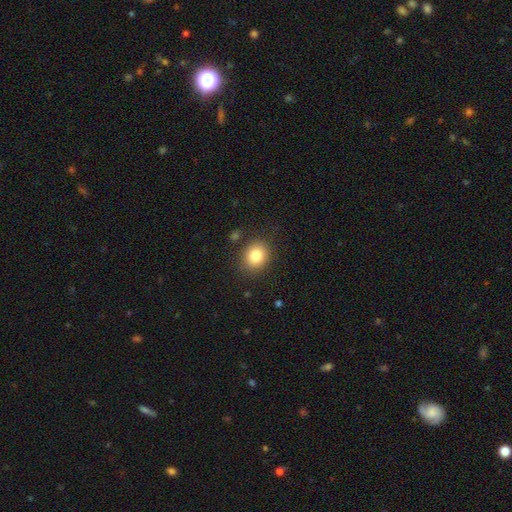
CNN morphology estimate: Overall: smooth (83%). How rounded: round (67%; in between 32%). Merging: none (85%).